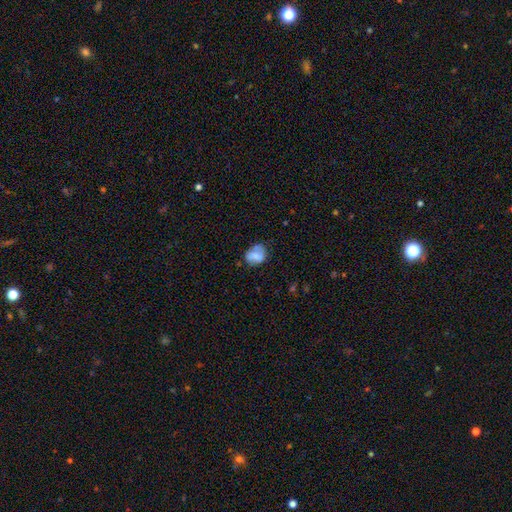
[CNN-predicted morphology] The model was most divided on "how rounded": in between: 50%, round: 49%, cigar-shaped: 1%. More confident: smooth or featured — smooth (63%); merging — none (53%).